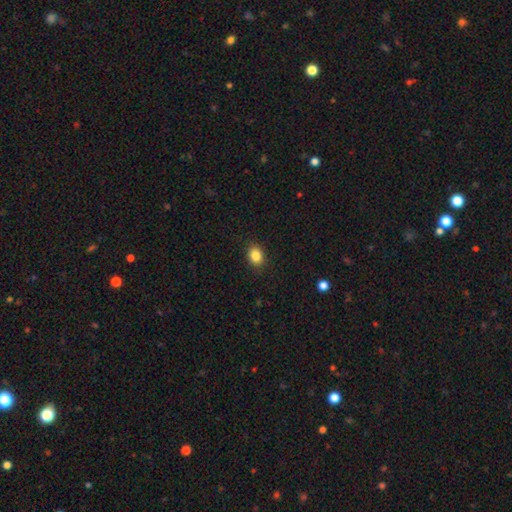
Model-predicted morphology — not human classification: Smooth or featured: smooth — 86% (star or artifact — 10%)
How rounded: in between — 59% (round — 40%)
Merging: none — 89% (minor disturbance — 8%)